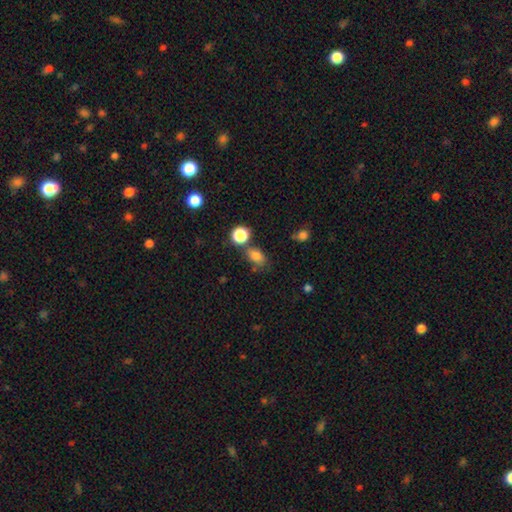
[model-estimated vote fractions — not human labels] smooth-or-featured: smooth: 78% | star or artifact: 14% | featured or disk: 8%
  how-rounded: in between: 73% | round: 26% | cigar-shaped: 2%
  merging: none: 63% | minor disturbance: 18% | merger: 12% | major disturbance: 6%